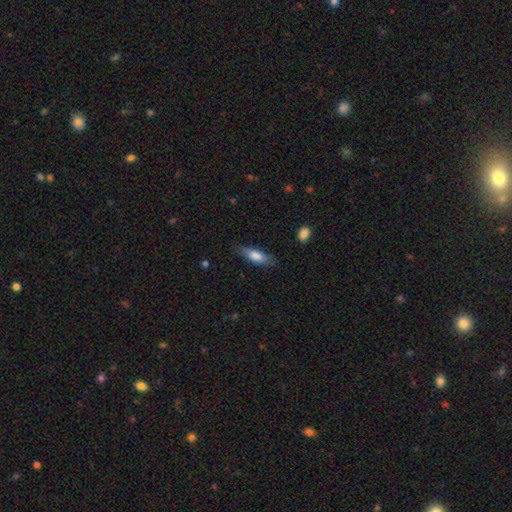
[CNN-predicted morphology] Smooth or featured: smooth — 75% (featured or disk — 19%)
How rounded: in between — 57% (cigar-shaped — 41%)
Merging: none — 77% (minor disturbance — 18%)